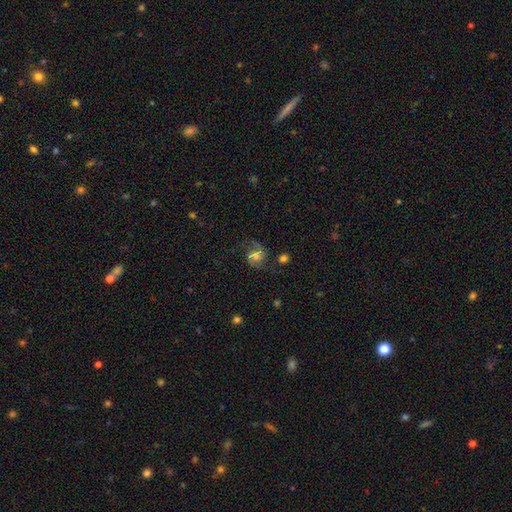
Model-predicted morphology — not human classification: smooth_or_featured: featured or disk (p=0.65) [alt: smooth p=0.24]
disk_edge_on: no (p=0.98) [alt: yes p=0.02]
bar: no (p=0.53) [alt: weak p=0.39]
has_spiral_arms: yes (p=0.92) [alt: no p=0.08]
spiral_winding: loose (p=0.44) [tied with: medium p=0.44]
spiral_arm_count: 2 (p=0.86) [alt: 1 p=0.07]
bulge_size: moderate (p=0.43) [alt: small p=0.25]
merging: none (p=0.60) [alt: minor disturbance p=0.19]